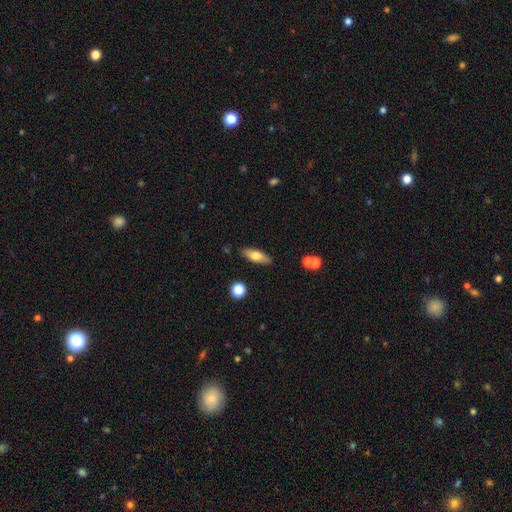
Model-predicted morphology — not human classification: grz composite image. It shows a smooth galaxy with no disk features (68%) that is in between round and cigar-shaped (65%). Merging: none (84%).